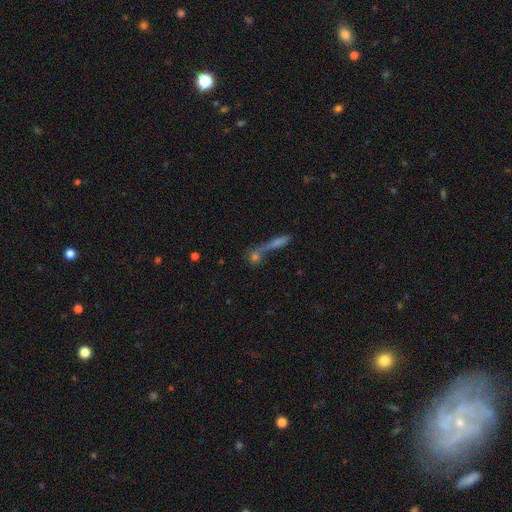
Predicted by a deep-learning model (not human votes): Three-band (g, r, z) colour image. It shows a smooth galaxy with no disk features (51%) that is cigar-shaped (51%). Merging: merger (46%).